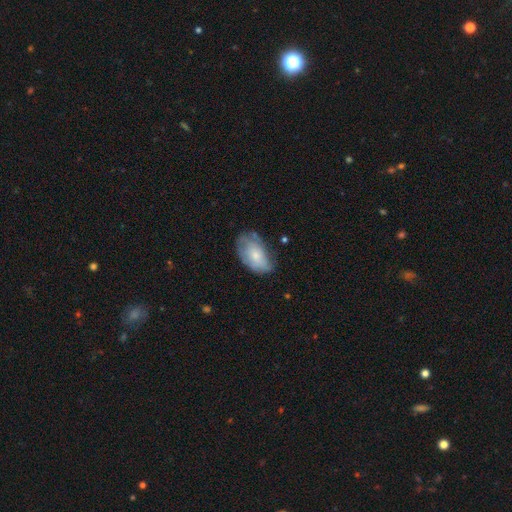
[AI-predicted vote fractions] This is likely a smooth galaxy (66%). How rounded: clearly in between (92%). Merging: possibly none (54%).